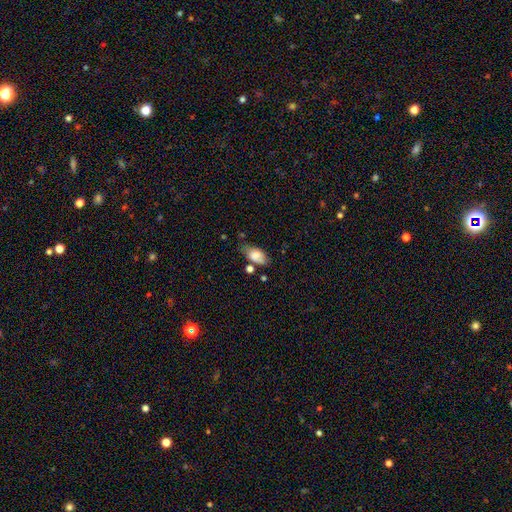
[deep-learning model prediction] smooth-or-featured: smooth: 74% | featured or disk: 18% | star or artifact: 8%
  how-rounded: in between: 90% | round: 6% | cigar-shaped: 4%
  merging: none: 53% | minor disturbance: 28% | merger: 11% | major disturbance: 8%